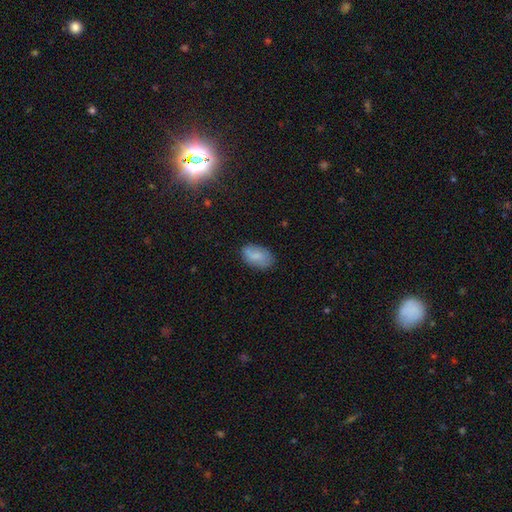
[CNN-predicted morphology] This appears to be a smooth galaxy with no disk features (76%) that is in between round and cigar-shaped (91%). Merging: none (74%).